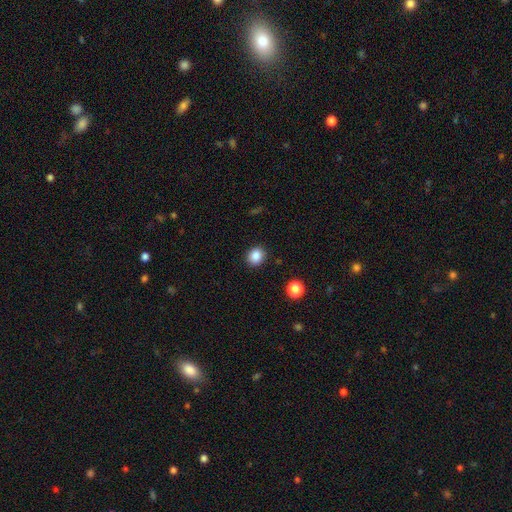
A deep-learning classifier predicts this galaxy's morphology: This appears to be a smooth galaxy with no disk features (86%) that is round (74%). Merging: none (89%).